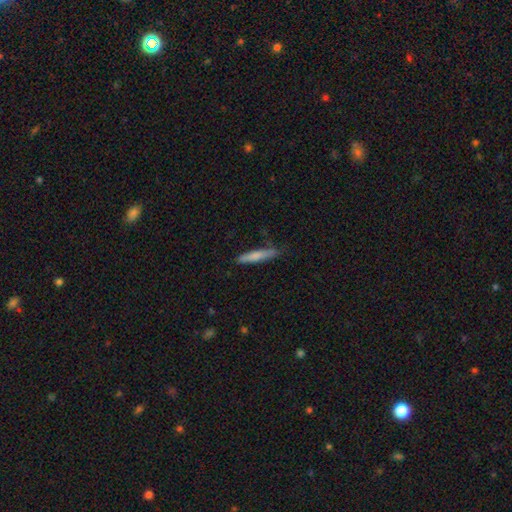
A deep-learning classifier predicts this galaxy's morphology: Overall: smooth (71%). How rounded: cigar-shaped (92%). Merging: none (79%).